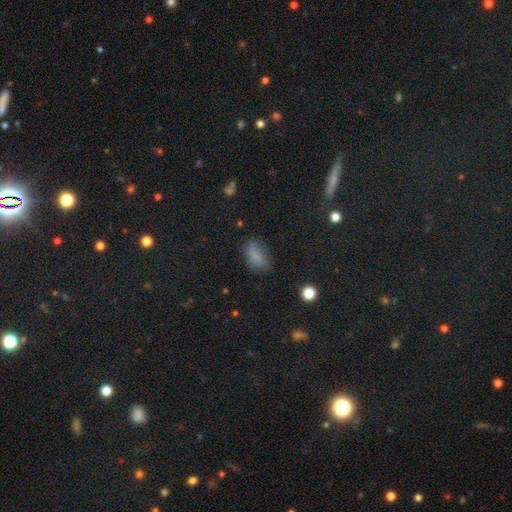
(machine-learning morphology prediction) This appears to be a smooth galaxy with no disk features (73%) that is in between round and cigar-shaped (84%). Merging: none (58%).